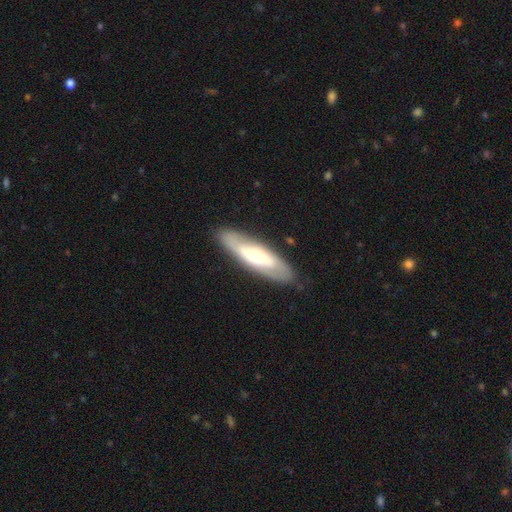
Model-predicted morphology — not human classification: The model was most divided on "smooth or featured": featured or disk: 59%, smooth: 34%, star or artifact: 7%. More confident: merging — none (84%); edge-on disk — no (63%).